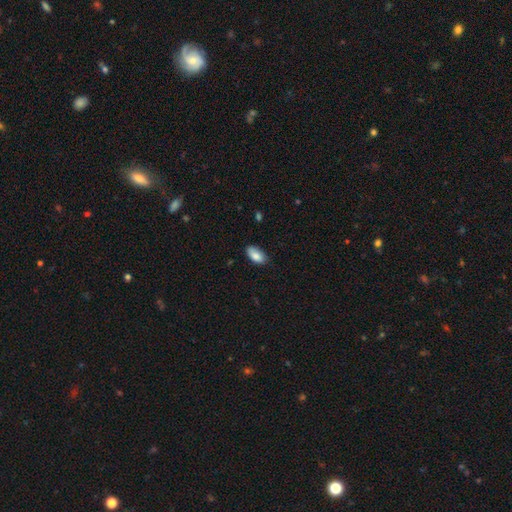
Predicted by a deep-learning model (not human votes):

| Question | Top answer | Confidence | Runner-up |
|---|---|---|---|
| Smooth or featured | smooth | 85% | featured or disk (9%) |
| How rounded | in between | 93% | cigar-shaped (4%) |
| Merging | none | 78% | minor disturbance (18%) |